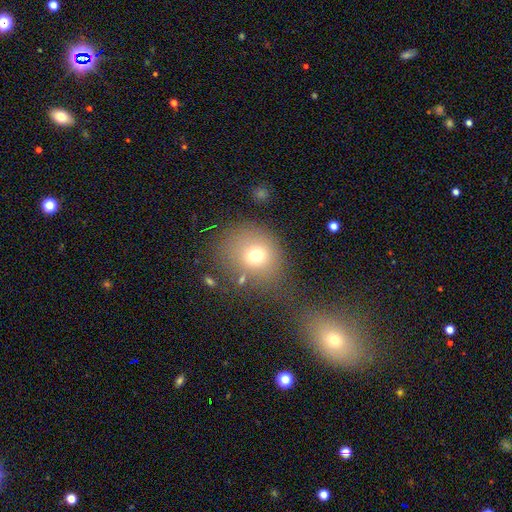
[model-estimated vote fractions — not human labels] smooth 72%, star or artifact 15%, featured or disk 13%. Down the decision tree: how rounded — round (69%); merging — none (62%).